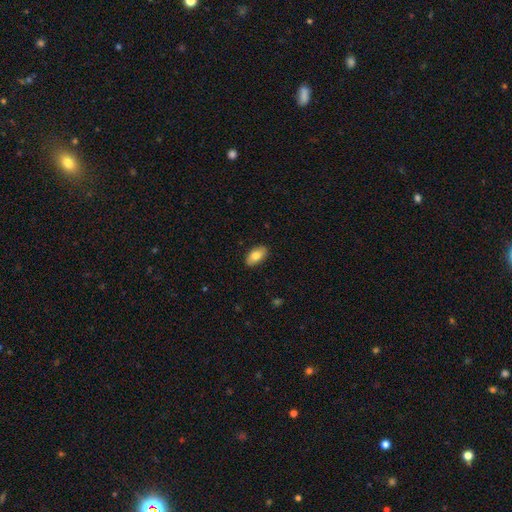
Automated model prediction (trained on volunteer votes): This appears to be a smooth galaxy with no disk features (79%) that is in between round and cigar-shaped (93%). Merging: none (87%).